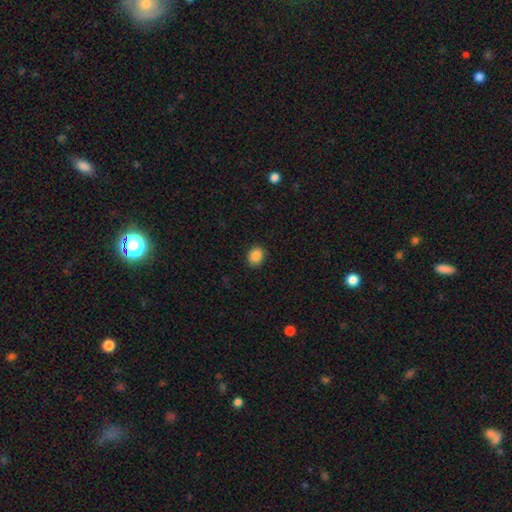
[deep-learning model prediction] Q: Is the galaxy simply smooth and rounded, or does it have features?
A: smooth — 88%.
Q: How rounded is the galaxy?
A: round — 56%.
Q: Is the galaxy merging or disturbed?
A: none — 89%.